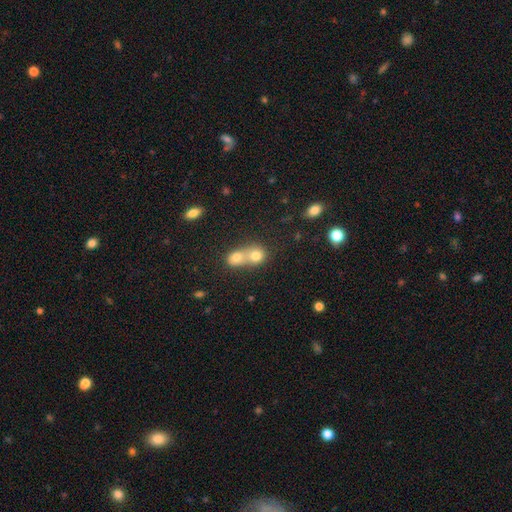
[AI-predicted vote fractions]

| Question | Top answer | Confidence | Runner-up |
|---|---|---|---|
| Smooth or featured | smooth | 74% | featured or disk (14%) |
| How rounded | round | 72% | in between (27%) |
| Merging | merger | 70% | none (23%) |